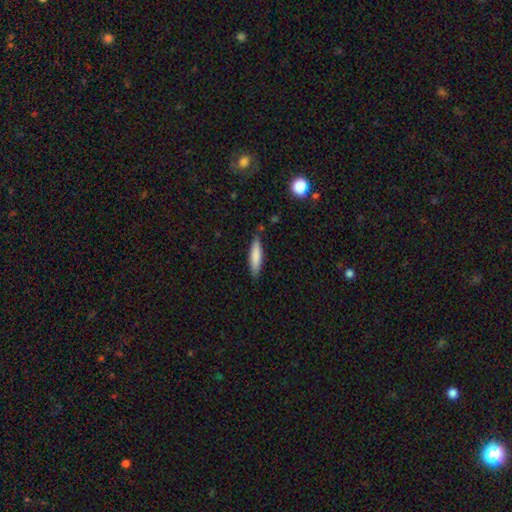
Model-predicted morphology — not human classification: The model was most divided on "how rounded": cigar-shaped: 75%, in between: 24%, round: 1%. More confident: merging — none (81%); smooth or featured — smooth (81%).